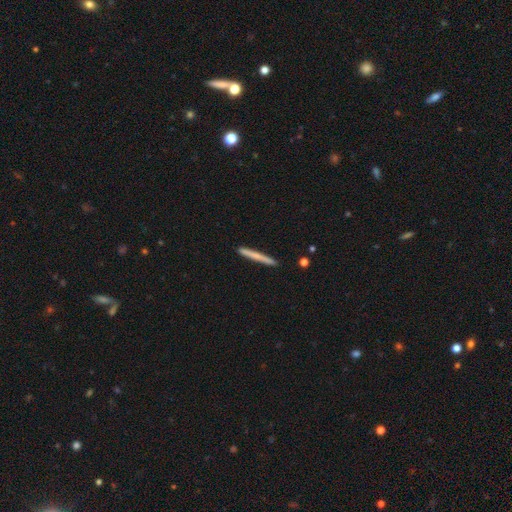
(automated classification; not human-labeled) Morphology: type=smooth (65%); roundness=cigar-shaped (97%); merging=none (91%).